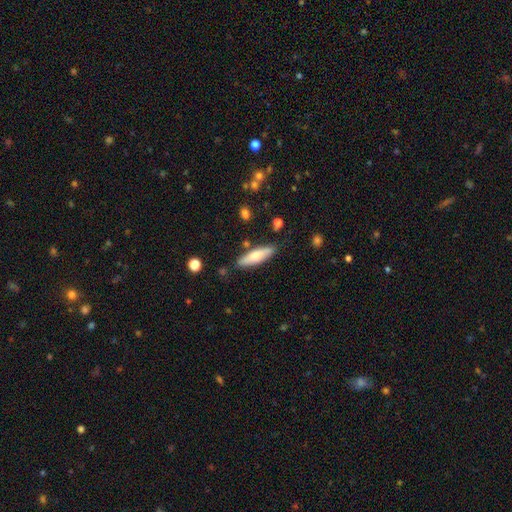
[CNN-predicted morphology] type=smooth (66%); roundness=cigar-shaped (63%); merging=none (82%).